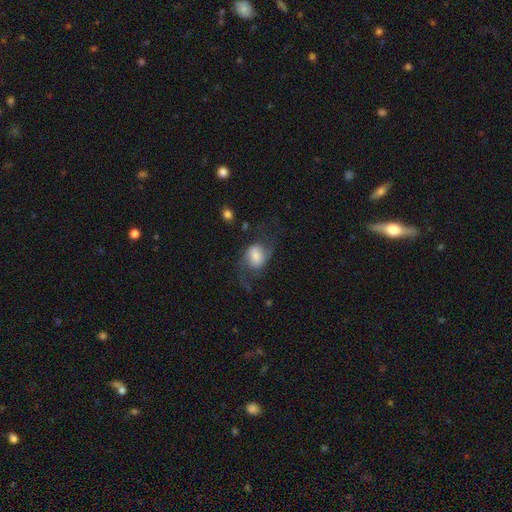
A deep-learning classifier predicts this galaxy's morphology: A featured or disk galaxy (54%) with a weak bar (43%), spiral arms (87%) and a moderate central bulge (30%). Merging: none (51%).